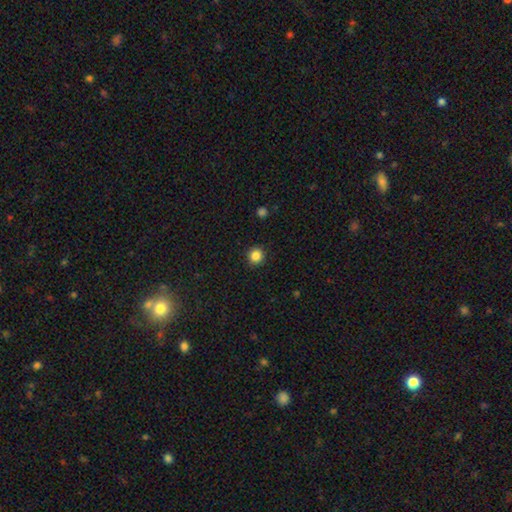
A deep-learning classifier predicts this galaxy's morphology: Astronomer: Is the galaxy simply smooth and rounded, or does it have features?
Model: smooth — 86%.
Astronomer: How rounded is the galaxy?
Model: round — 94%.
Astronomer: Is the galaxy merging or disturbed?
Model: none — 92%.